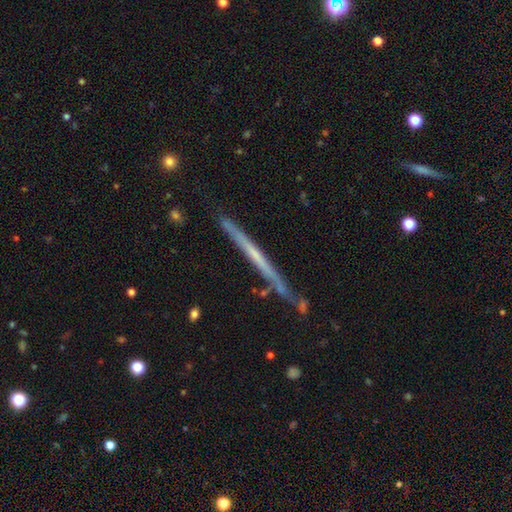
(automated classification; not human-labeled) smooth_or_featured: featured or disk (p=0.64) [alt: smooth p=0.30]
disk_edge_on: yes (p=0.97) [alt: no p=0.03]
edge_on_bulge: none (p=0.85) [alt: rounded p=0.11]
merging: none (p=0.81) [alt: minor disturbance p=0.13]